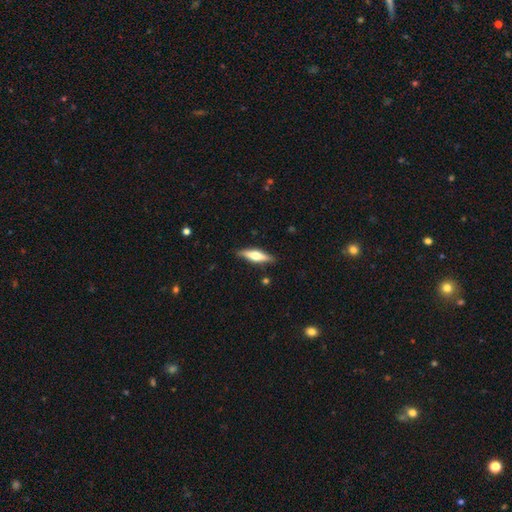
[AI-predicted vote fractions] A featured or disk galaxy (53%) viewed edge-on (95%). Merging: none (88%).